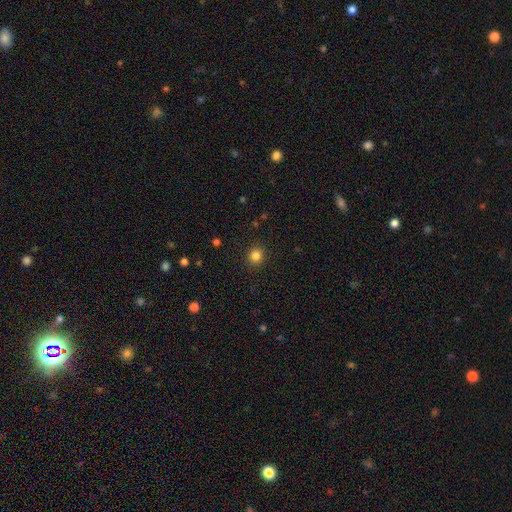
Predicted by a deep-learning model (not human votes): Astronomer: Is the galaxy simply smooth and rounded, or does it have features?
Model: smooth — 83%.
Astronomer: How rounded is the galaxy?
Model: round — 89%.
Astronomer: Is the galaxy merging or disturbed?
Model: none — 91%.